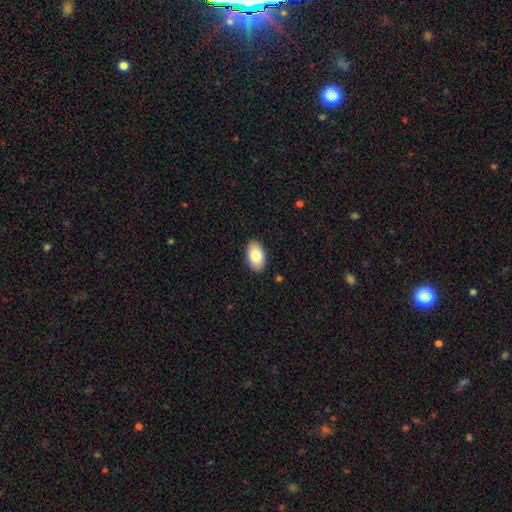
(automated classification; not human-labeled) smooth 83%, featured or disk 11%, star or artifact 6%. Down the decision tree: how rounded — in between (94%); merging — none (89%).